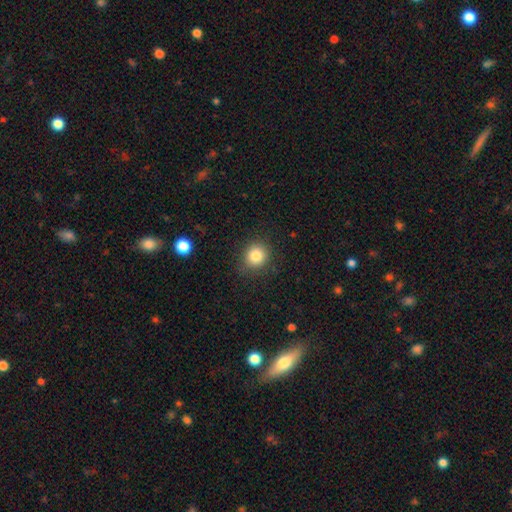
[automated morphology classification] Overall: smooth (82%). How rounded: round (84%). Merging: none (86%).